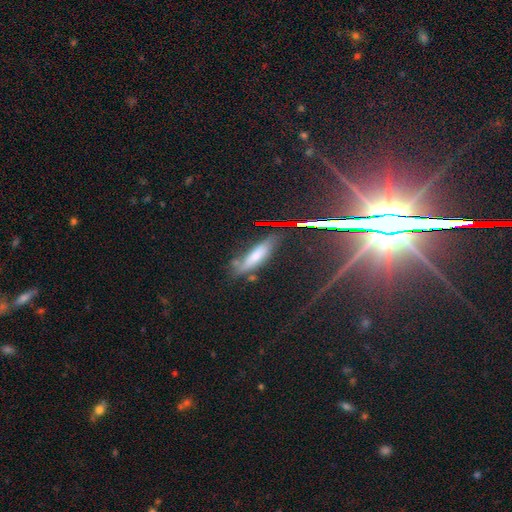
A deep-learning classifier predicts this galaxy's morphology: A smooth galaxy with no disk features (51%) that is cigar-shaped (65%).

Vote fractions:
- Smooth or featured? smooth: 51% / featured or disk: 26% / star or artifact: 22%
- How rounded? cigar-shaped: 65% / in between: 32% / round: 3%
- Merging? none: 66% / minor disturbance: 22% / major disturbance: 7% / merger: 5%